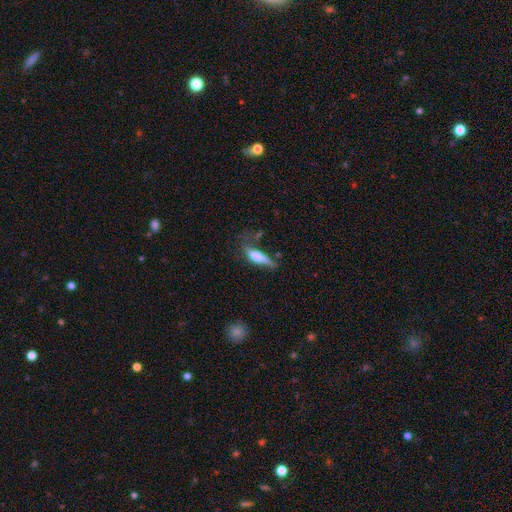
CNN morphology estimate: Smooth or featured?
  - smooth: 56% *
  - featured or disk: 36%
  - star or artifact: 8%
How rounded?
  - cigar-shaped: 52% *
  - in between: 45%
  - round: 3%
Merging?
  - none: 35% *
  - minor disturbance: 32%
  - major disturbance: 25%
  - merger: 8%